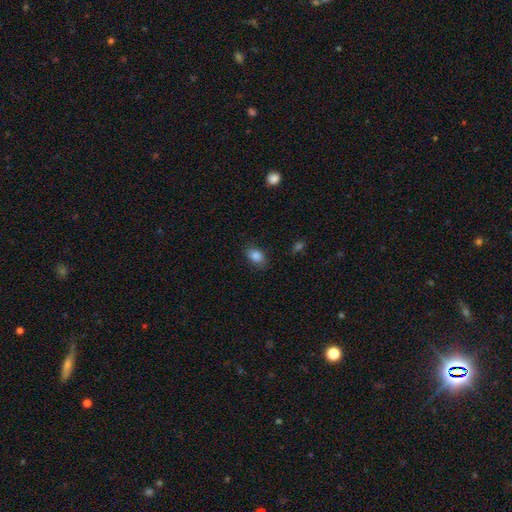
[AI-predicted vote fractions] Smooth or featured?
  - smooth: 85% *
  - star or artifact: 9%
  - featured or disk: 5%
How rounded?
  - in between: 79% *
  - round: 19%
  - cigar-shaped: 1%
Merging?
  - none: 81% *
  - minor disturbance: 15%
  - major disturbance: 3%
  - merger: 1%